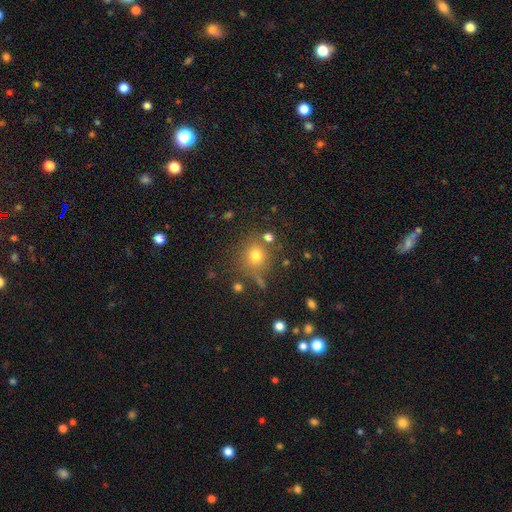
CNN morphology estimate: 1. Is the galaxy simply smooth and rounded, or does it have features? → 72% smooth, 18% star or artifact, 10% featured or disk.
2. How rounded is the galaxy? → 88% round, 11% in between, 1% cigar-shaped.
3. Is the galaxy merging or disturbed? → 76% none, 11% minor disturbance, 8% merger, 4% major disturbance.